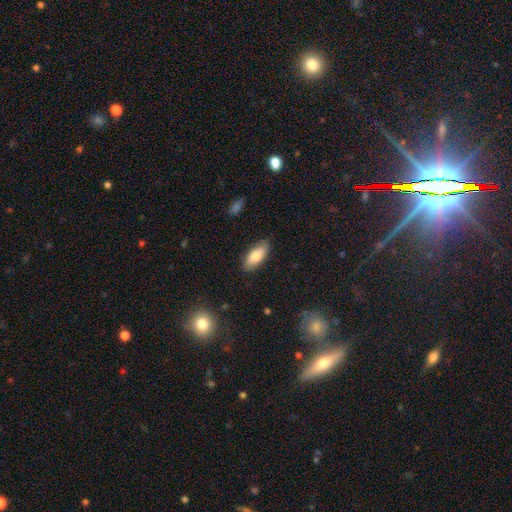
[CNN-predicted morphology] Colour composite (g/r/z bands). It shows a smooth galaxy with no disk features (81%) that is in between round and cigar-shaped (84%). Merging: none (85%).